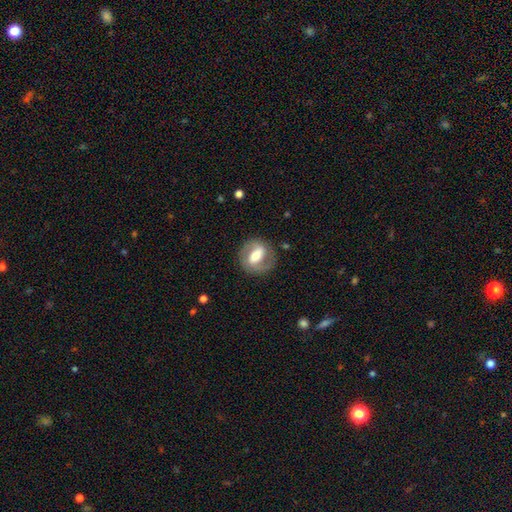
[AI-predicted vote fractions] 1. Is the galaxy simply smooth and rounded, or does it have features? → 67% featured or disk, 27% smooth, 6% star or artifact.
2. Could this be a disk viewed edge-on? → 95% no, 5% yes.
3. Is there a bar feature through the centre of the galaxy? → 51% strong, 33% weak, 16% no.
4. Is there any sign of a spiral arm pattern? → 73% yes, 27% no.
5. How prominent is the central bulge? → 58% moderate, 23% large, 15% small, 3% dominant, 2% none.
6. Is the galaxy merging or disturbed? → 80% none, 12% minor disturbance, 6% major disturbance, 1% merger.